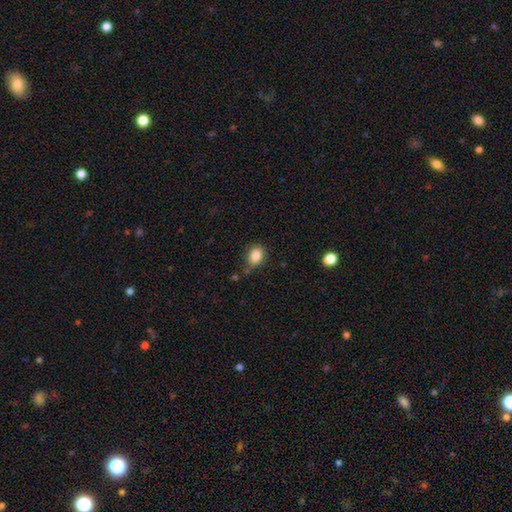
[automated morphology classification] smooth_or_featured: smooth (p=0.85) [alt: star or artifact p=0.09]
how_rounded: in between (p=0.66) [alt: round p=0.33]
merging: none (p=0.72) [alt: minor disturbance p=0.19]